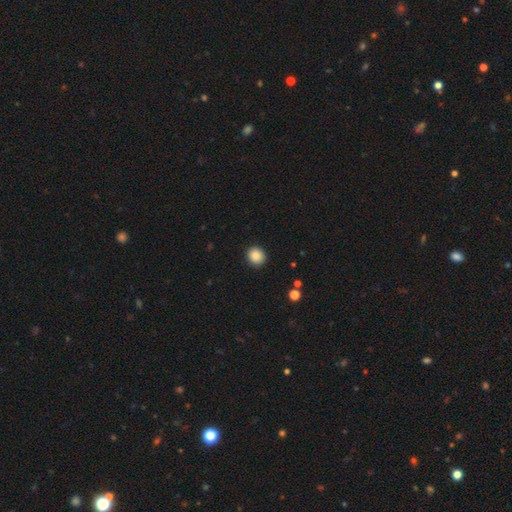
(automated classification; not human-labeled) Morphology: type=smooth (87%); roundness=round (80%); merging=none (91%).